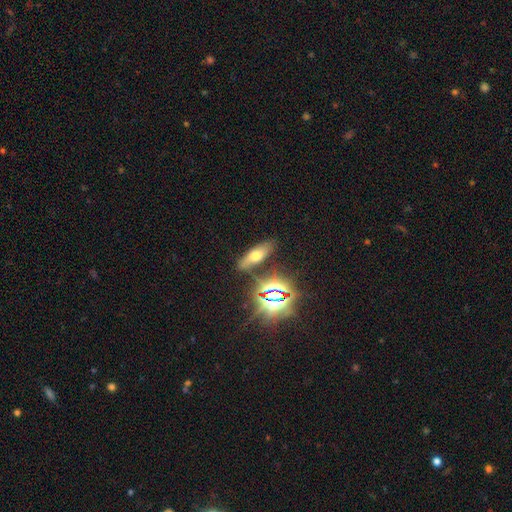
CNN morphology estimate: Smooth or featured? smooth (51%)
How rounded? in between (64%)
Merging? none (77%)